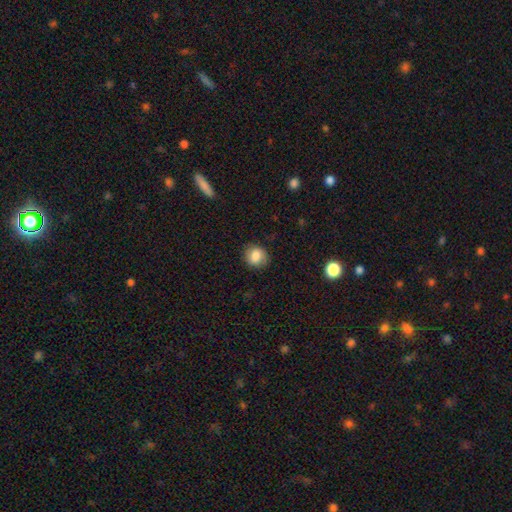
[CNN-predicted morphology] type=smooth (84%); roundness=round (78%); merging=none (84%).